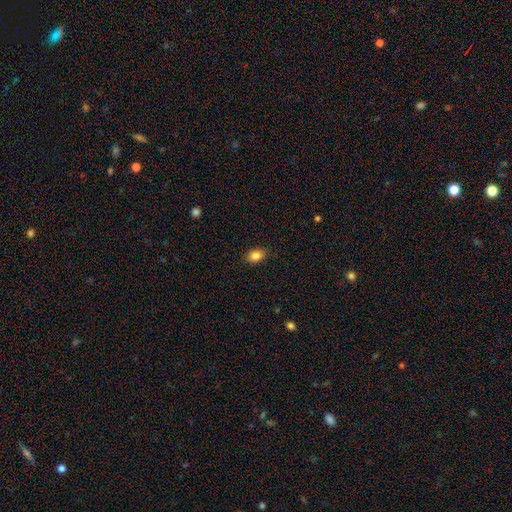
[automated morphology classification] The model was most divided on "how rounded": in between: 76%, round: 22%, cigar-shaped: 2%. More confident: merging — none (87%); smooth or featured — smooth (85%).